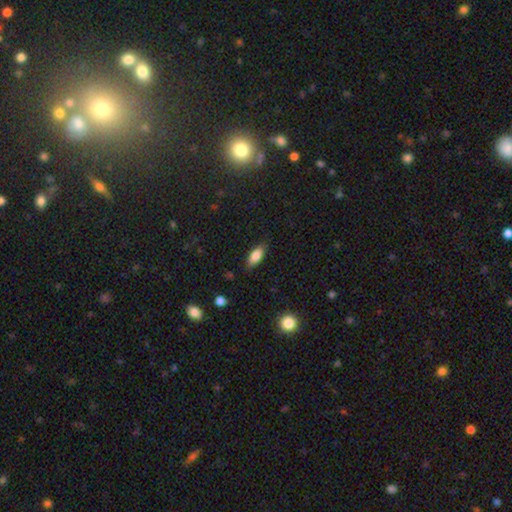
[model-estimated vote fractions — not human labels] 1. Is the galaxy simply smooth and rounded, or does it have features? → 83% smooth, 10% featured or disk, 7% star or artifact.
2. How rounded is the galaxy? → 84% in between, 13% cigar-shaped, 3% round.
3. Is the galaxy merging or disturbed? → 84% none, 12% minor disturbance, 3% major disturbance, 1% merger.